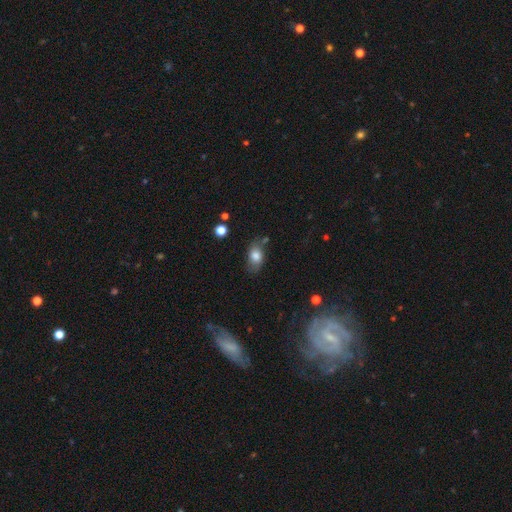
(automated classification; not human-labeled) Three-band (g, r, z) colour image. It shows a smooth galaxy with no disk features (77%) that is in between round and cigar-shaped (84%). Merging: none (66%).